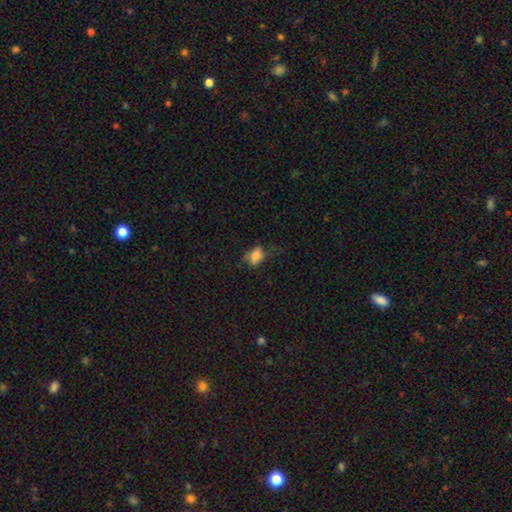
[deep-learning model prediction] Smooth or featured: smooth — 78% (star or artifact — 11%)
How rounded: in between — 79% (round — 19%)
Merging: none — 51% (minor disturbance — 30%)